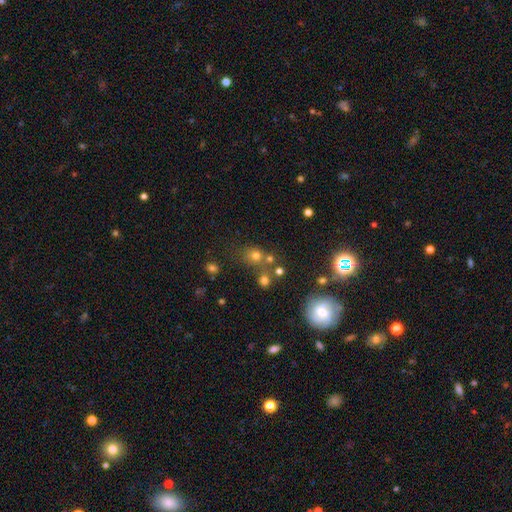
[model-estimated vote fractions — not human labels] Q: Smooth or featured?
A: smooth (51%); runner-up: star or artifact (37%)
Q: How rounded?
A: round (84%); runner-up: in between (14%)
Q: Merging?
A: none (68%); runner-up: merger (16%)